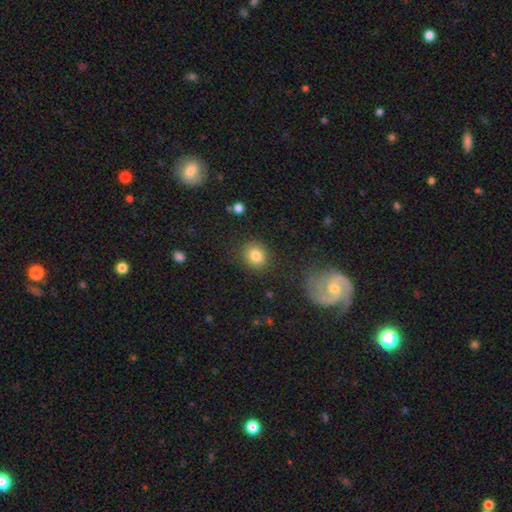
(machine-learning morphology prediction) Q: Smooth or featured?
A: smooth (83%); runner-up: star or artifact (10%)
Q: How rounded?
A: round (76%); runner-up: in between (23%)
Q: Merging?
A: none (86%); runner-up: minor disturbance (9%)